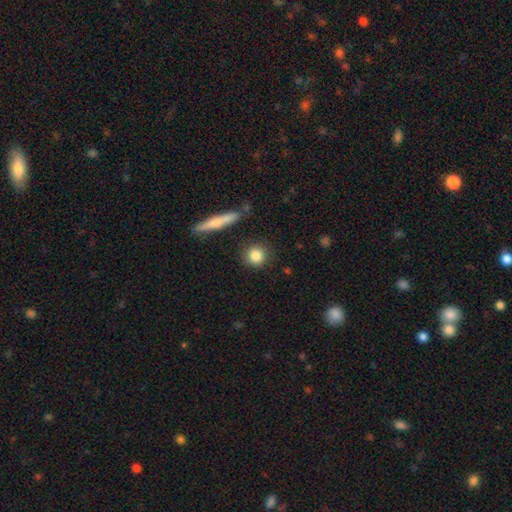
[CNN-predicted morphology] Smooth or featured?
  - smooth: 85% *
  - star or artifact: 8%
  - featured or disk: 8%
How rounded?
  - round: 87% *
  - in between: 10%
  - cigar-shaped: 3%
Merging?
  - none: 87% *
  - minor disturbance: 8%
  - merger: 3%
  - major disturbance: 3%